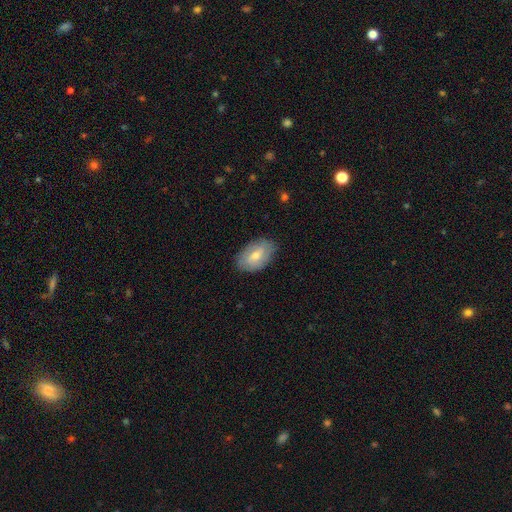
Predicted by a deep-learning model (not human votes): Smooth or featured? smooth (64%)
How rounded? in between (91%)
Merging? none (80%)